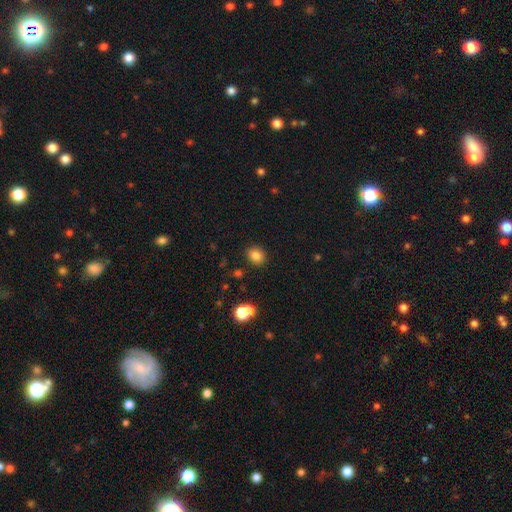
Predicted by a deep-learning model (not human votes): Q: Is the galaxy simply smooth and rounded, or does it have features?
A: smooth — 82%.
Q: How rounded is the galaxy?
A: round — 59%.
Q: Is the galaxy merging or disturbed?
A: none — 87%.